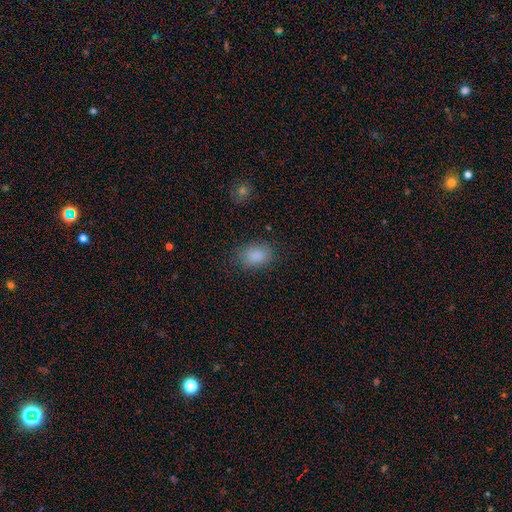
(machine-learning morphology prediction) smooth-or-featured: smooth: 86% | star or artifact: 9% | featured or disk: 4%
  how-rounded: in between: 80% | round: 18% | cigar-shaped: 1%
  merging: none: 79% | minor disturbance: 15% | major disturbance: 5% | merger: 1%